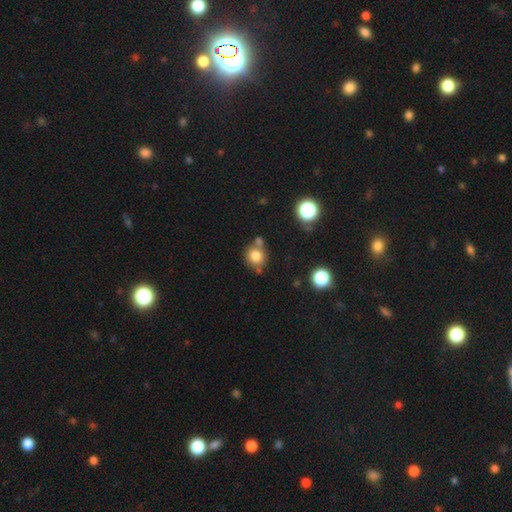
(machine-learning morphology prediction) Smooth or featured? smooth (79%)
How rounded? round (87%)
Merging? none (64%)